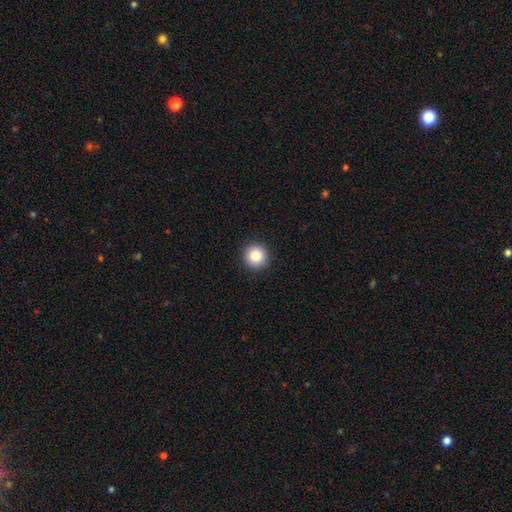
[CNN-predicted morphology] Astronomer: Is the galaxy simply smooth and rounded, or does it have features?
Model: smooth — 86%.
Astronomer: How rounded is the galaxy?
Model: round — 95%.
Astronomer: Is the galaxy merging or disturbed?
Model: none — 92%.